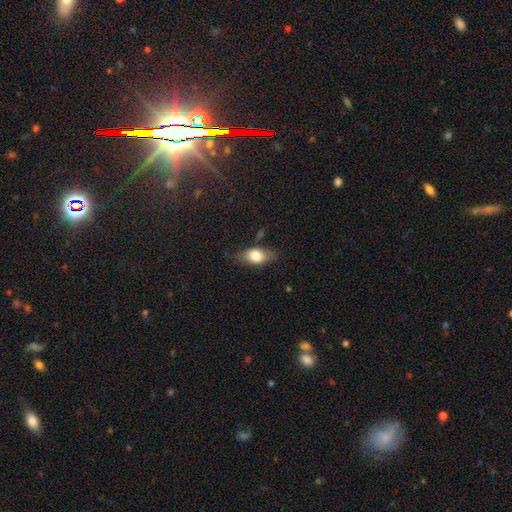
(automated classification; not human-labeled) Q: Smooth or featured?
A: smooth (74%); runner-up: featured or disk (19%)
Q: How rounded?
A: in between (83%); runner-up: round (10%)
Q: Merging?
A: none (74%); runner-up: minor disturbance (19%)